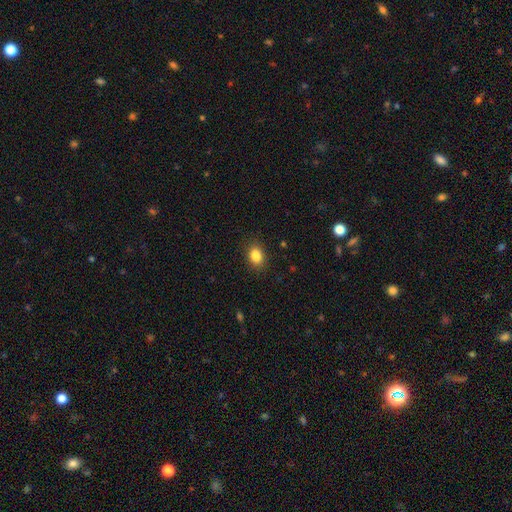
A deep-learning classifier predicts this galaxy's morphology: Q: Smooth or featured?
A: smooth (85%); runner-up: star or artifact (10%)
Q: How rounded?
A: in between (66%); runner-up: round (32%)
Q: Merging?
A: none (88%); runner-up: minor disturbance (9%)